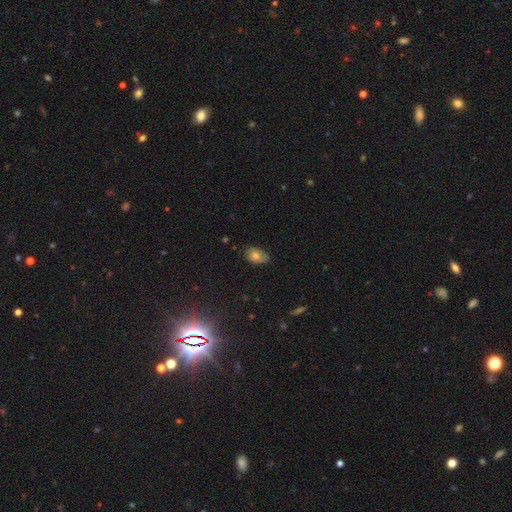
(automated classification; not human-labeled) smooth 70%, featured or disk 20%, star or artifact 10%. Down the decision tree: how rounded — in between (84%); merging — none (69%).